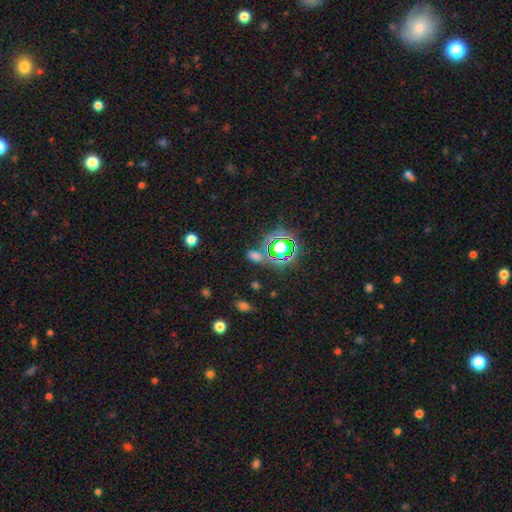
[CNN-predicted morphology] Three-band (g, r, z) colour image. It shows a smooth galaxy with no disk features (49%). Merging: none (70%).